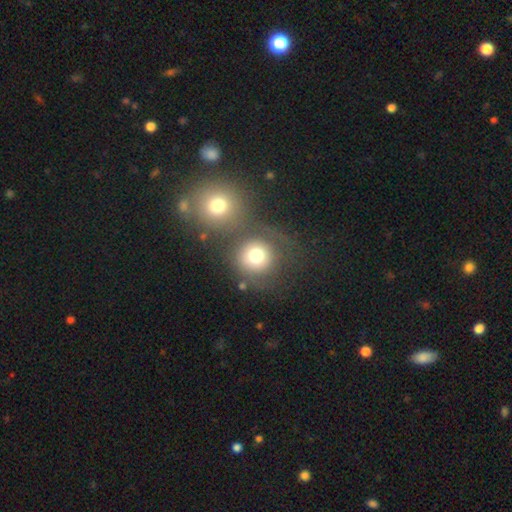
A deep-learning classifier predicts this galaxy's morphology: Smooth or featured? smooth (73%)
How rounded? round (90%)
Merging? none (53%)